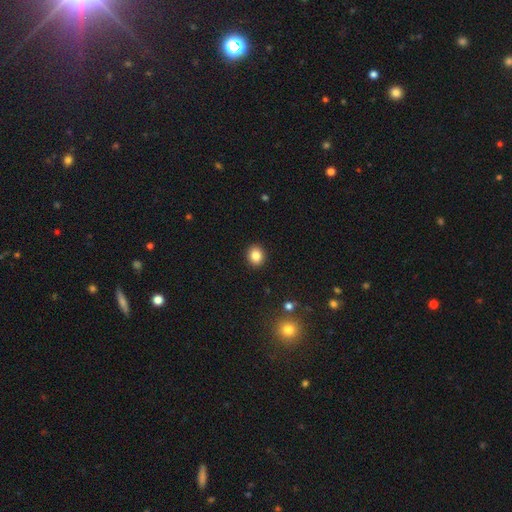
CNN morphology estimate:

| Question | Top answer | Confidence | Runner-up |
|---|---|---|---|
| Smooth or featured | smooth | 84% | star or artifact (10%) |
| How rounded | round | 71% | in between (28%) |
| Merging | none | 92% | minor disturbance (5%) |